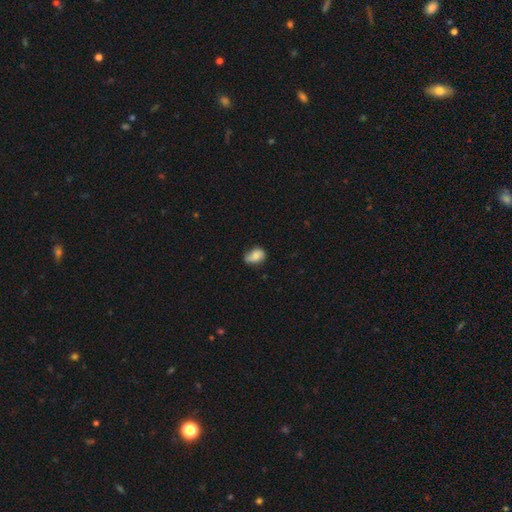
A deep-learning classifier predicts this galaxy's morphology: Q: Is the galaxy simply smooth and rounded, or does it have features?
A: smooth — 75%.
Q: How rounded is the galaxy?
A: in between — 77%.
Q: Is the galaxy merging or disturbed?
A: none — 46%.